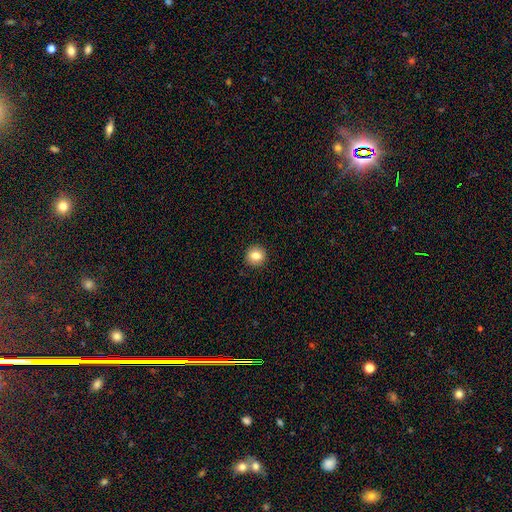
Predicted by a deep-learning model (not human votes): A smooth galaxy with no disk features (83%) that is round (85%).

Vote fractions:
- Smooth or featured? smooth: 83% / star or artifact: 9% / featured or disk: 8%
- How rounded? round: 85% / in between: 14% / cigar-shaped: 1%
- Merging? none: 91% / minor disturbance: 6% / major disturbance: 2% / merger: 1%